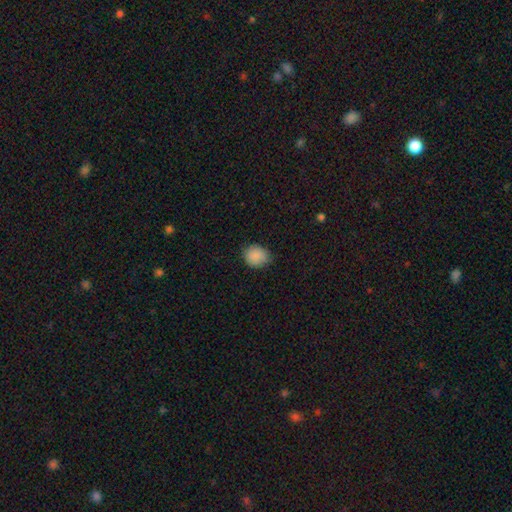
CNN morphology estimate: Smooth or featured? Predicted: smooth (p=0.89). How rounded? Predicted: round (p=0.66). Merging? Predicted: none (p=0.77).